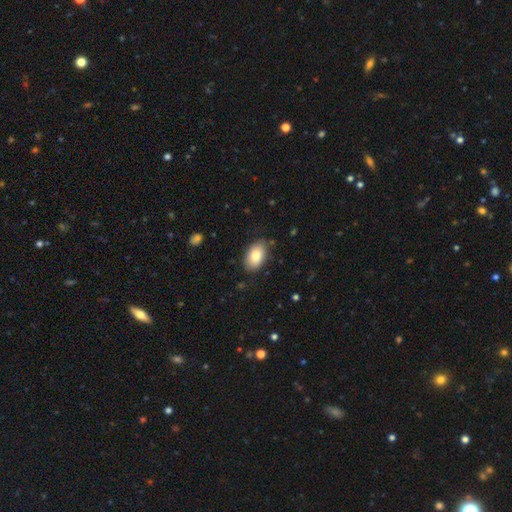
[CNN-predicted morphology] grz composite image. It shows a smooth galaxy with no disk features (83%) that is in between round and cigar-shaped (92%). Merging: none (82%).